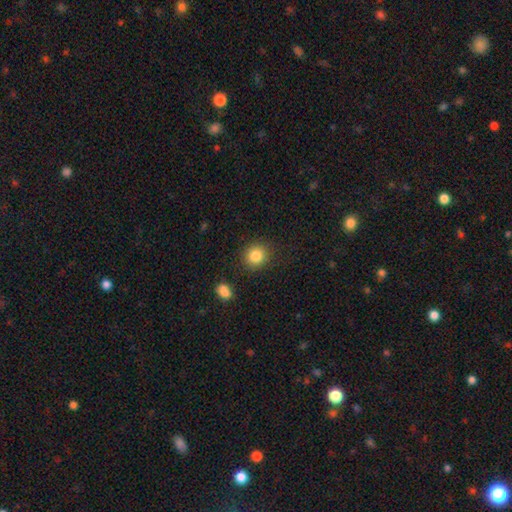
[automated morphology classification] smooth-or-featured: smooth: 84% | star or artifact: 10% | featured or disk: 6%
  how-rounded: round: 84% | in between: 15% | cigar-shaped: 1%
  merging: none: 87% | minor disturbance: 8% | major disturbance: 3% | merger: 2%